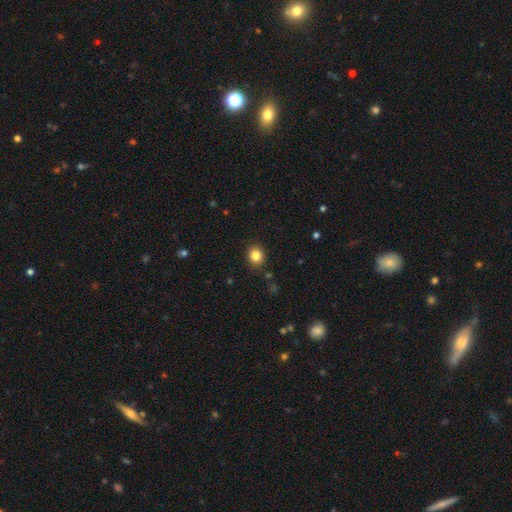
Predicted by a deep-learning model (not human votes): This is clearly a smooth galaxy (84%). How rounded: likely round (77%). Merging: clearly none (90%).